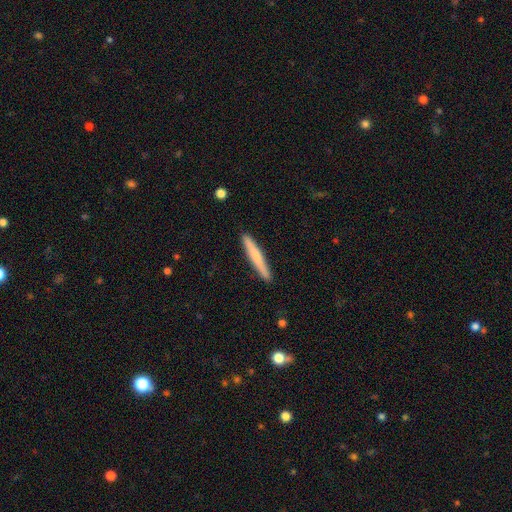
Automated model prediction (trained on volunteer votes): Overall: smooth (65%; featured or disk 29%). How rounded: cigar-shaped (96%). Merging: none (91%).